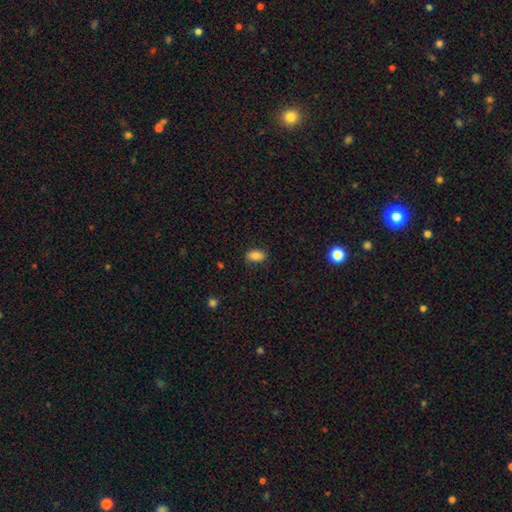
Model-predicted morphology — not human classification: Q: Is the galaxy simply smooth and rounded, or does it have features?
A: smooth — 82%.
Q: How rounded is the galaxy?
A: in between — 89%.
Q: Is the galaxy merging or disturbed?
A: none — 82%.